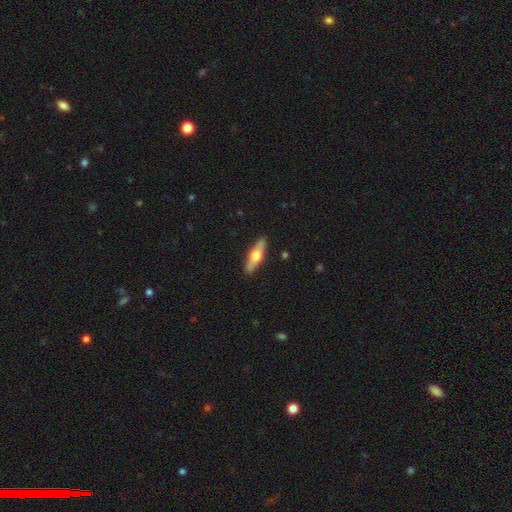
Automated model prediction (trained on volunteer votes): A featured or disk galaxy (51%) viewed edge-on (89%). Merging: none (90%).